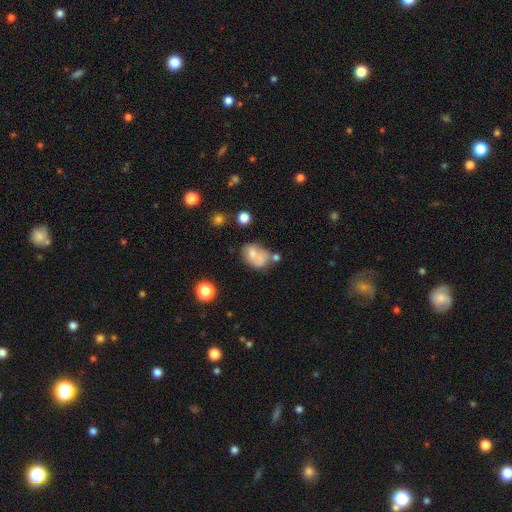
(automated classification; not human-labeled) A smooth galaxy with no disk features (64%) that is in between round and cigar-shaped (67%). Merging: merger (36%).